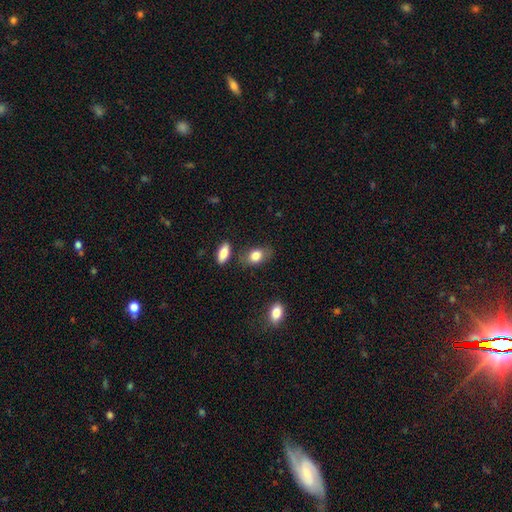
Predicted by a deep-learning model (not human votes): This appears to be a smooth galaxy with no disk features (82%) that is in between round and cigar-shaped (79%). Merging: none (69%).